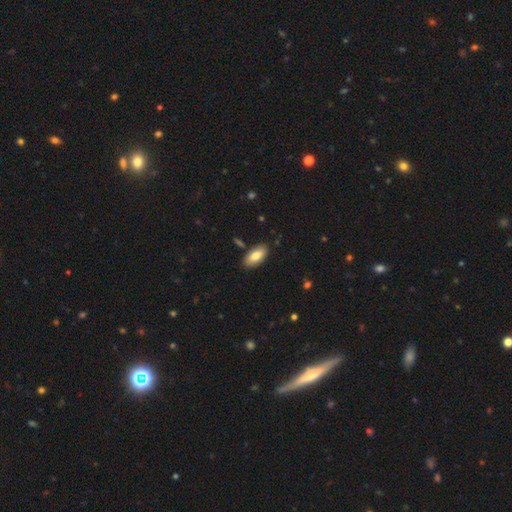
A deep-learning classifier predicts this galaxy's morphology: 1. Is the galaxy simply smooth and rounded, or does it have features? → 81% smooth, 13% featured or disk, 6% star or artifact.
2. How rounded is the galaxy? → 92% in between, 6% cigar-shaped, 2% round.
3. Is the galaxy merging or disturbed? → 86% none, 10% minor disturbance, 2% merger, 2% major disturbance.